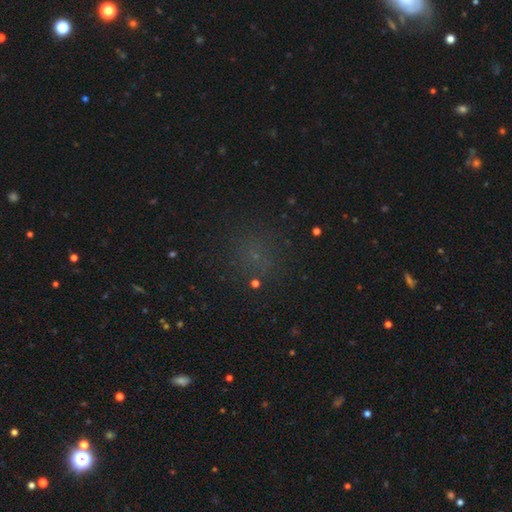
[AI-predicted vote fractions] This appears to be a smooth galaxy with no disk features (48%). Merging: none (80%).